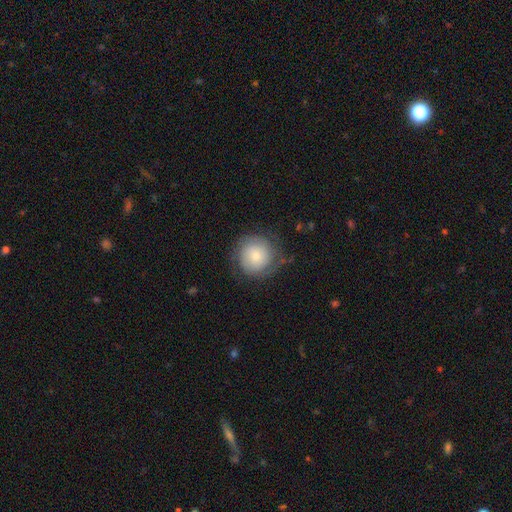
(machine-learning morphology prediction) Smooth or featured? Predicted: smooth (p=0.58). How rounded? Predicted: round (p=0.93). Merging? Predicted: none (p=0.70).